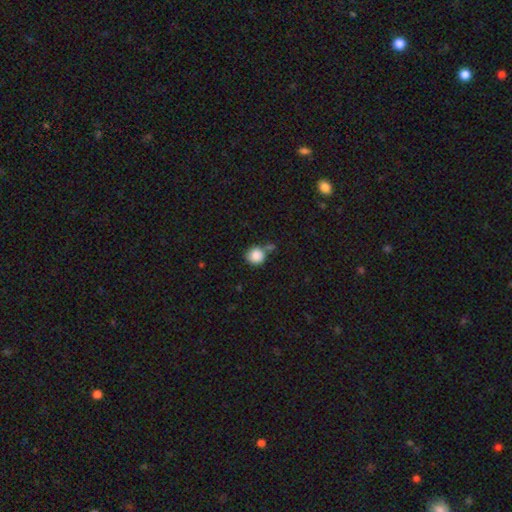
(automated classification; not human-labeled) Smooth or featured? smooth (87%)
How rounded? round (90%)
Merging? none (63%)